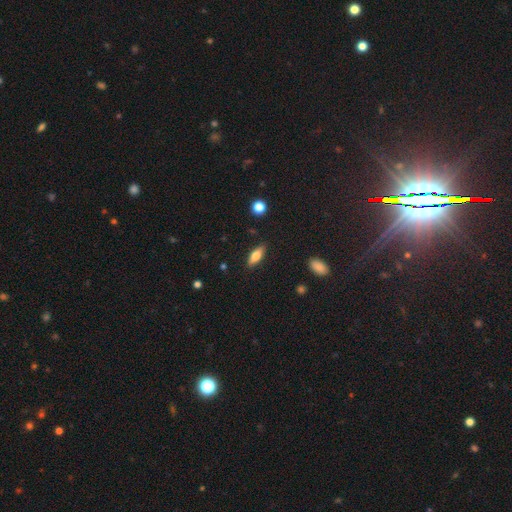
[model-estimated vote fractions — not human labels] A smooth galaxy with no disk features (68%) that is in between round and cigar-shaped (68%). Merging: none (86%).